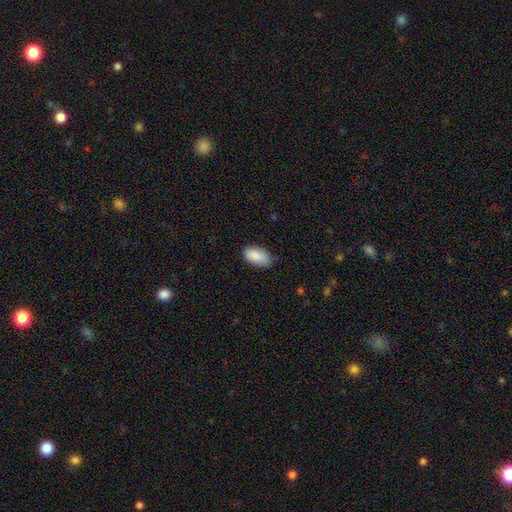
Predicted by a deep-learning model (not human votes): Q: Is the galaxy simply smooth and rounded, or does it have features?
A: smooth — 89%.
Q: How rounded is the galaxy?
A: in between — 95%.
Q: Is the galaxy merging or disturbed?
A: none — 73%.